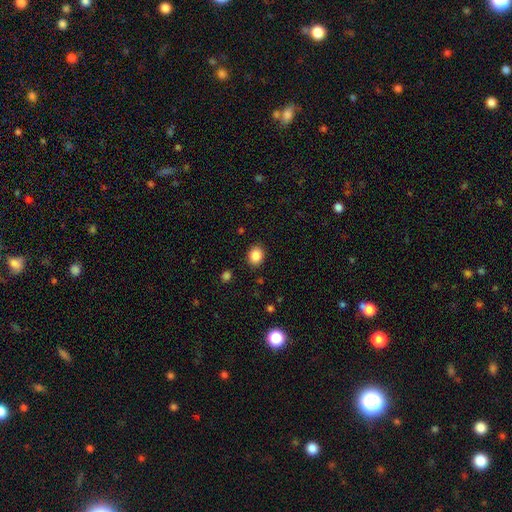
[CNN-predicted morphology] The model was most divided on "how rounded": round: 57%, in between: 42%, cigar-shaped: 1%. More confident: merging — none (88%); smooth or featured — smooth (87%).